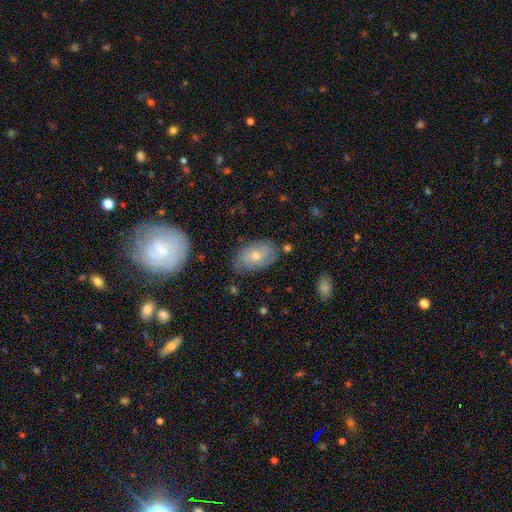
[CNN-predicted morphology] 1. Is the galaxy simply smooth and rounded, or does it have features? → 63% smooth, 29% featured or disk, 7% star or artifact.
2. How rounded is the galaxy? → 92% in between, 6% round, 2% cigar-shaped.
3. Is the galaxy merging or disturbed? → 70% none, 22% minor disturbance, 5% major disturbance, 3% merger.